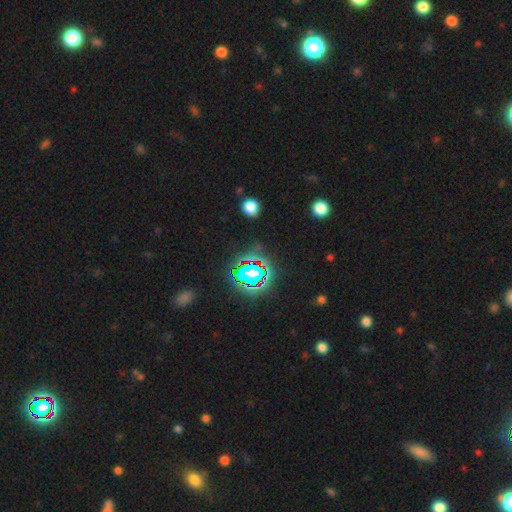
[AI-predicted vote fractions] smooth_or_featured: star or artifact (p=0.80) [alt: smooth p=0.12]